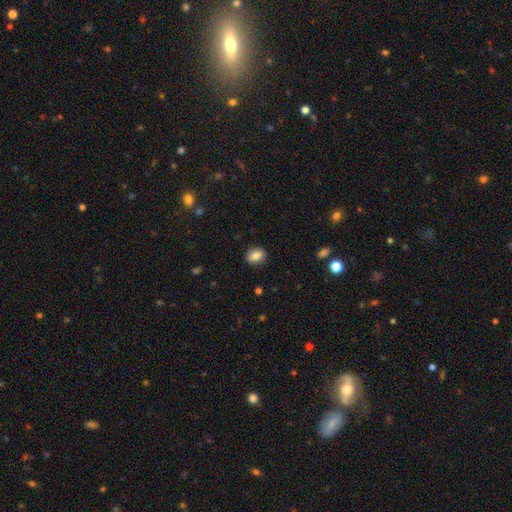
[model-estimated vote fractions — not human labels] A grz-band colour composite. It shows a smooth galaxy with no disk features (81%) that is in between round and cigar-shaped (55%). Merging: none (89%).